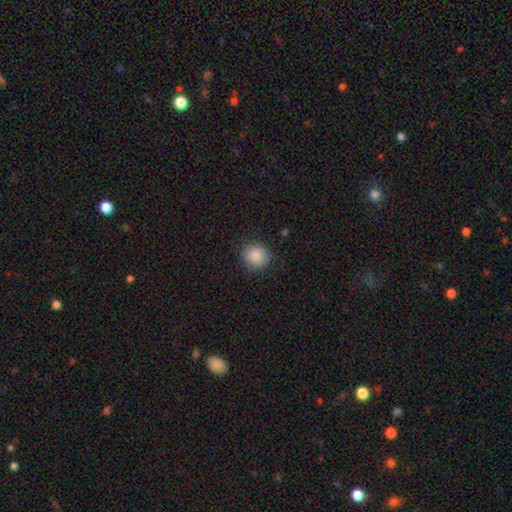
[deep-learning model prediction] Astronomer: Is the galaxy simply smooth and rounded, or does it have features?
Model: smooth — 88%.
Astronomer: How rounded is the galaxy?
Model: round — 82%.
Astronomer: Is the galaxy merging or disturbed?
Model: none — 86%.